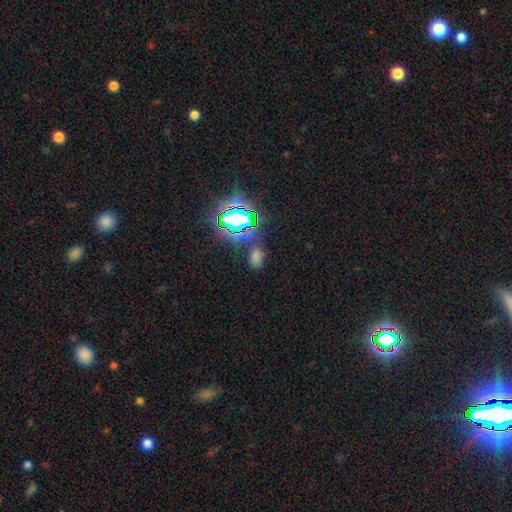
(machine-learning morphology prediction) type=star or artifact (47%).